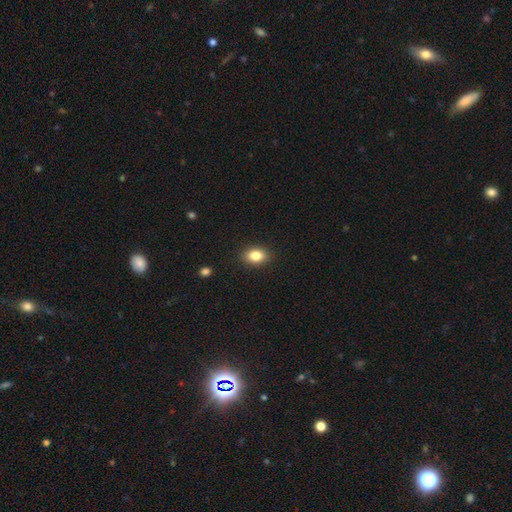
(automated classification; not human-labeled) Smooth or featured?
  - smooth: 84% *
  - star or artifact: 9%
  - featured or disk: 7%
How rounded?
  - in between: 77% *
  - round: 22%
  - cigar-shaped: 1%
Merging?
  - none: 89% *
  - minor disturbance: 8%
  - major disturbance: 2%
  - merger: 1%